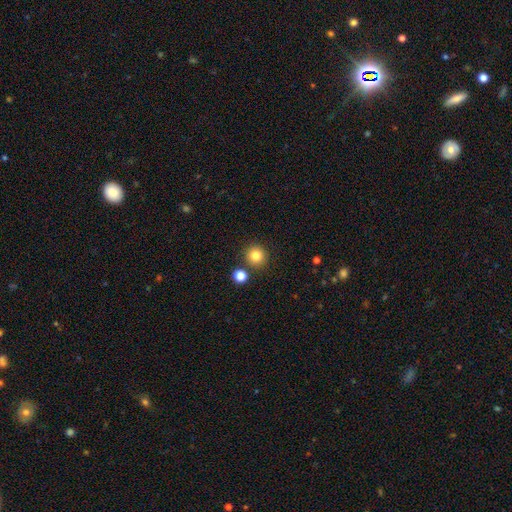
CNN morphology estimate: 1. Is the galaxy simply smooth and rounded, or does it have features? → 82% smooth, 12% star or artifact, 6% featured or disk.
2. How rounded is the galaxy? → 93% round, 6% in between, 1% cigar-shaped.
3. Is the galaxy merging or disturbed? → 85% none, 6% merger, 6% minor disturbance, 2% major disturbance.